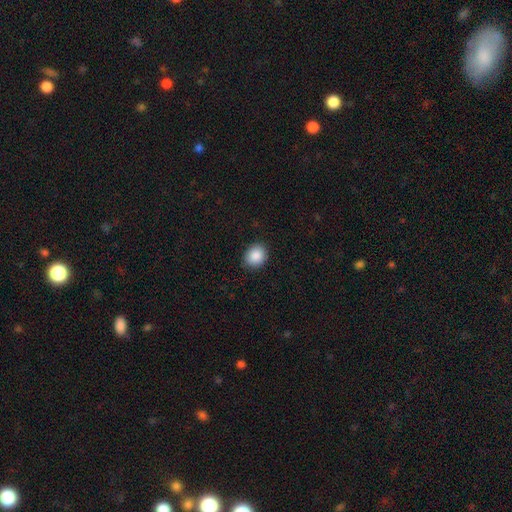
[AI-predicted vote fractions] Smooth or featured: smooth — 88% (star or artifact — 8%)
How rounded: round — 58% (in between — 41%)
Merging: none — 87% (minor disturbance — 9%)